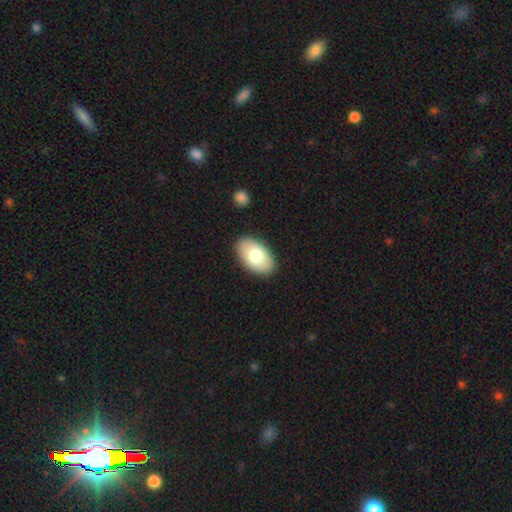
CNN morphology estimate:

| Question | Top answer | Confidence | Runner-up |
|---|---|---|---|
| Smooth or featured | smooth | 76% | featured or disk (18%) |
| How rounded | in between | 94% | round (4%) |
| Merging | none | 88% | minor disturbance (8%) |